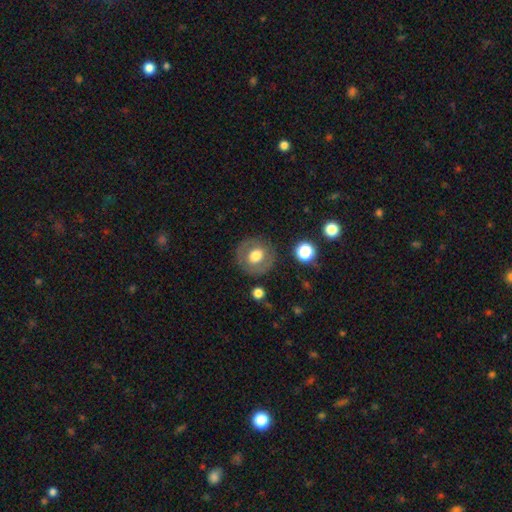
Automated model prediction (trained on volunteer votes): Overall: smooth (59%; featured or disk 33%). How rounded: round (84%). Merging: none (83%).